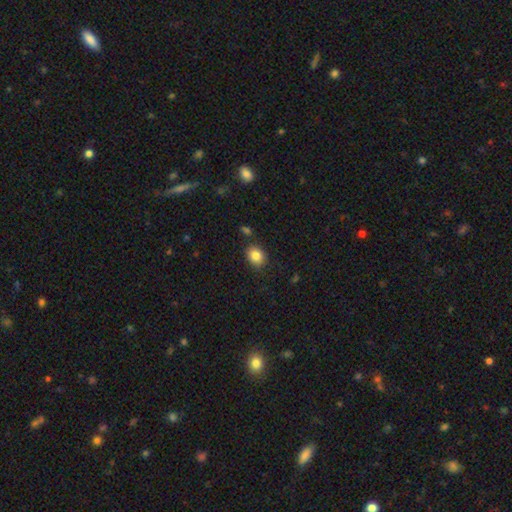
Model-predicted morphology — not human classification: A smooth galaxy with no disk features (85%) that is round (51%). Merging: none (83%).